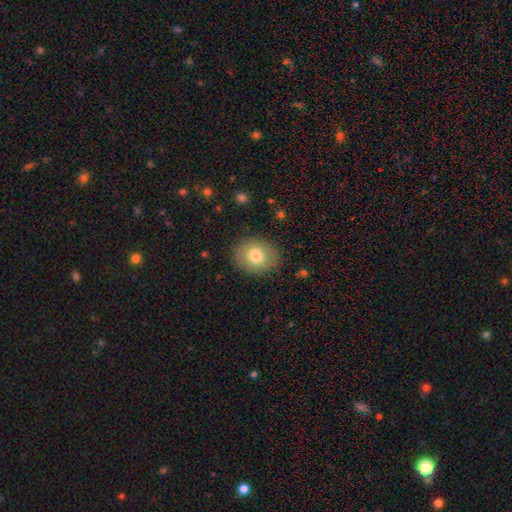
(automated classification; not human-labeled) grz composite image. It shows a smooth galaxy with no disk features (78%) that is round (66%). Merging: none (87%).